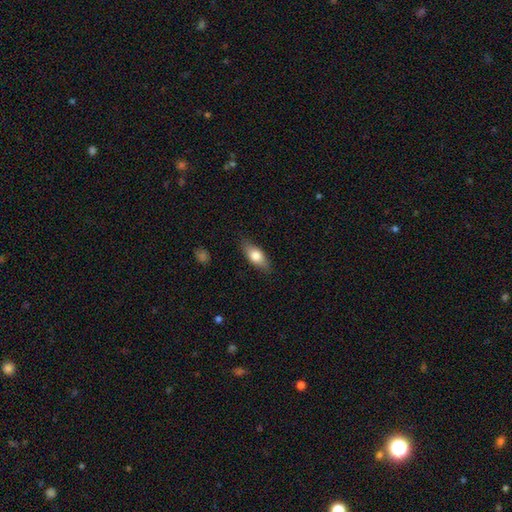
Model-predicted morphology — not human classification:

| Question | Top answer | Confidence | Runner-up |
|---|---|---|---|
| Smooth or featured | smooth | 71% | featured or disk (23%) |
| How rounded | in between | 77% | cigar-shaped (19%) |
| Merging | none | 85% | minor disturbance (11%) |